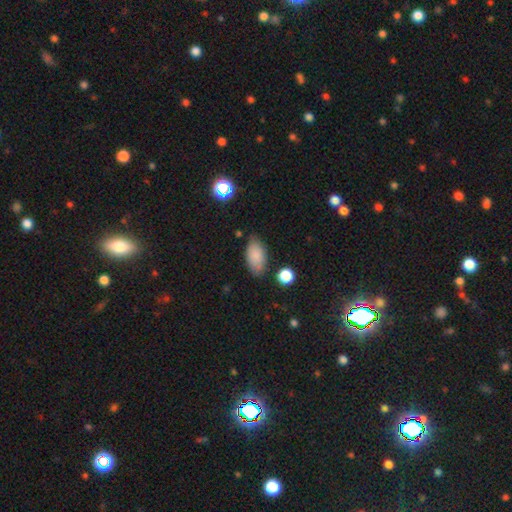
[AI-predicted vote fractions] Smooth or featured: smooth — 85% (star or artifact — 8%)
How rounded: in between — 92% (round — 4%)
Merging: none — 75% (minor disturbance — 17%)